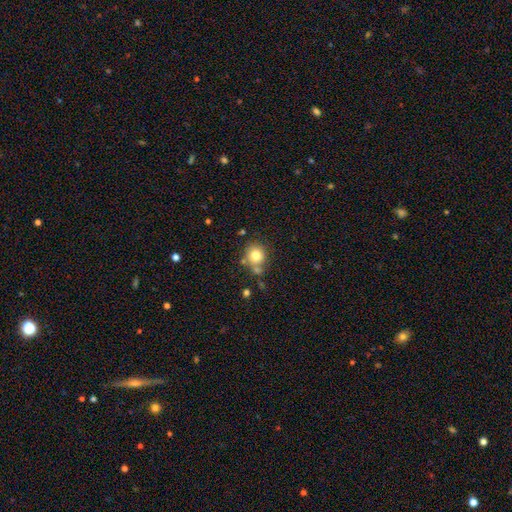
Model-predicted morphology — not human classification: smooth 79%, star or artifact 11%, featured or disk 9%. Down the decision tree: how rounded — round (84%); merging — none (65%).